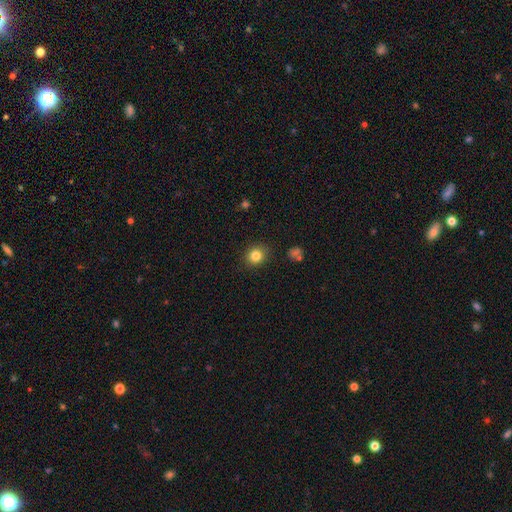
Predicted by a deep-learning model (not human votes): Overall: smooth (82%). How rounded: round (80%). Merging: none (88%).